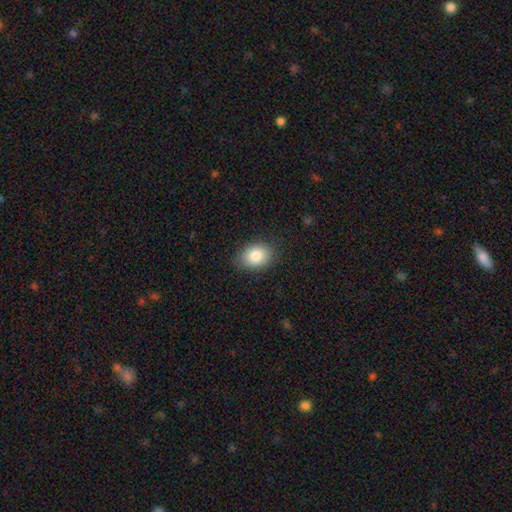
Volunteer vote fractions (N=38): Overall: smooth (92%). How rounded: in between (77%). Merging: none (79%).